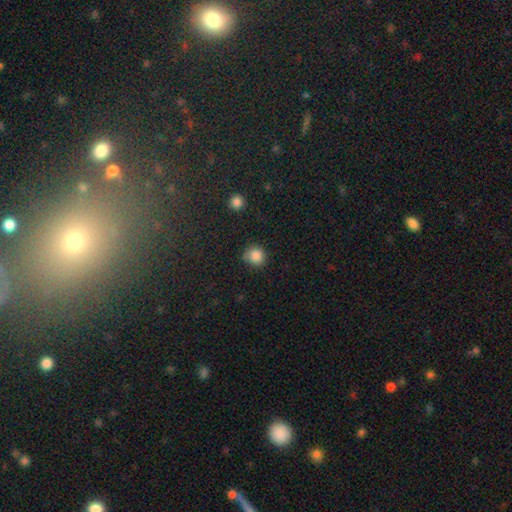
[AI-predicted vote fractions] Smooth or featured? Predicted: smooth (p=0.85). How rounded? Predicted: round (p=0.88). Merging? Predicted: none (p=0.72).